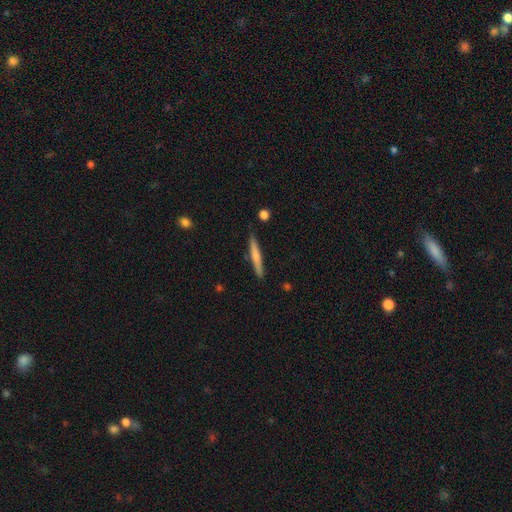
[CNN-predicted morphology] This appears to be a smooth galaxy with no disk features (62%) that is cigar-shaped (95%). Merging: none (88%).